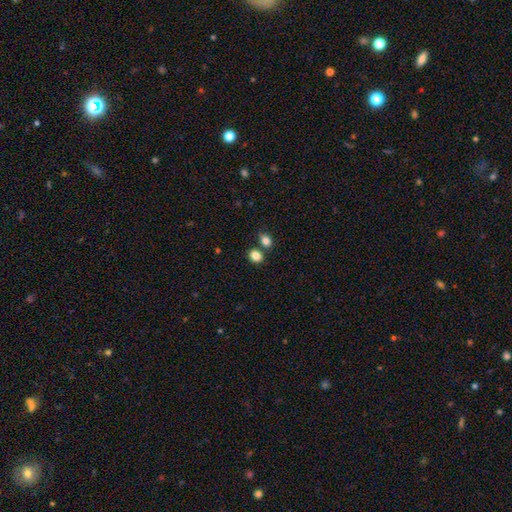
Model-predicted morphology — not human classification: smooth_or_featured: smooth (p=0.85) [alt: star or artifact p=0.10]
how_rounded: in between (p=0.57) [alt: round p=0.42]
merging: none (p=0.67) [alt: merger p=0.20]